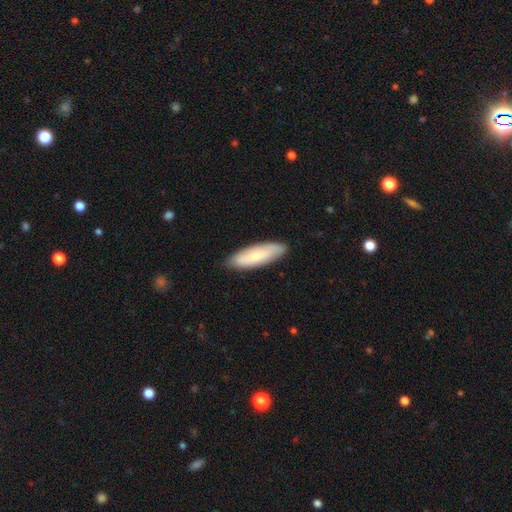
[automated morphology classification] A smooth galaxy with no disk features (73%) that is cigar-shaped (50%).

Vote fractions:
- Smooth or featured? smooth: 73% / featured or disk: 21% / star or artifact: 6%
- How rounded? cigar-shaped: 50% / in between: 48% / round: 2%
- Merging? none: 85% / minor disturbance: 12% / major disturbance: 2% / merger: 1%